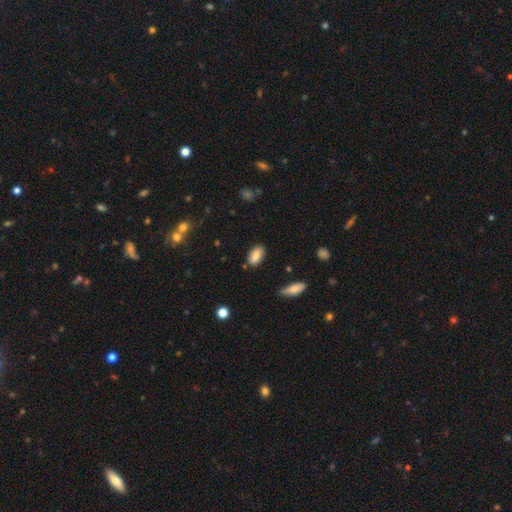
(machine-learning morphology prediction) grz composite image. It shows a smooth galaxy with no disk features (79%) that is in between round and cigar-shaped (90%). Merging: none (80%).